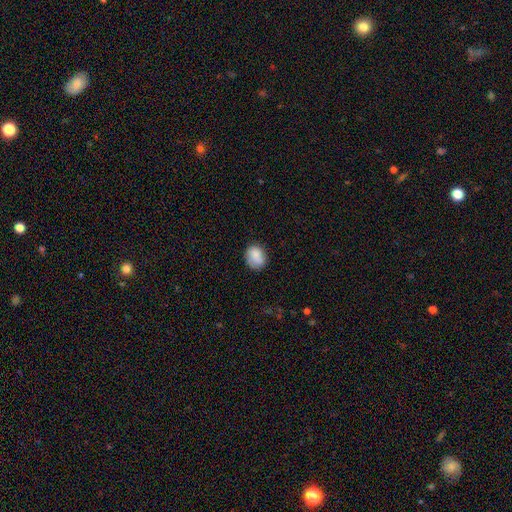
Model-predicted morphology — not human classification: Overall: smooth (84%). How rounded: round (56%; in between 43%). Merging: none (74%).